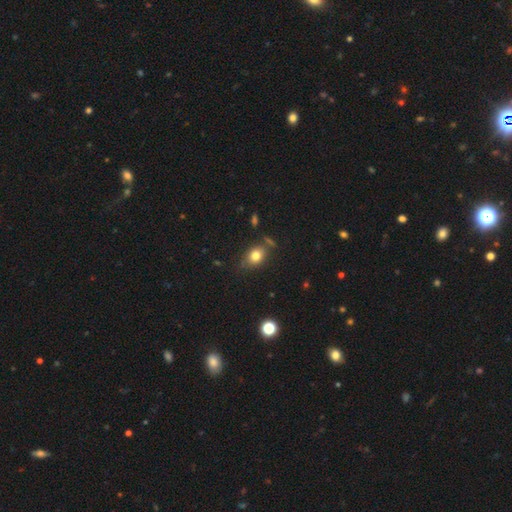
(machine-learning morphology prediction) Overall: smooth (78%). How rounded: in between (58%; round 40%). Merging: none (70%).